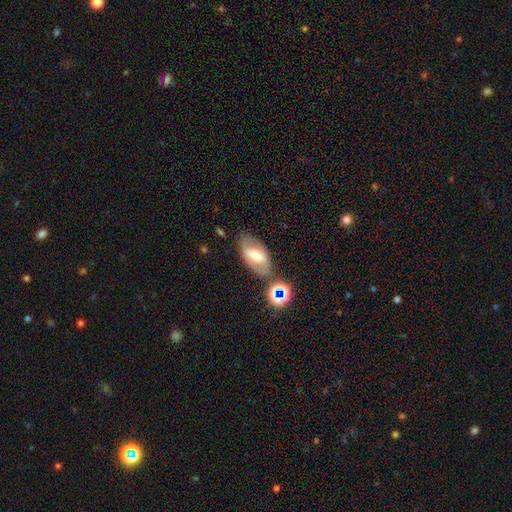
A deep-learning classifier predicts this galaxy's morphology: Q: Smooth or featured?
A: smooth (47%); runner-up: featured or disk (43%)
Q: Merging?
A: none (70%); runner-up: minor disturbance (16%)